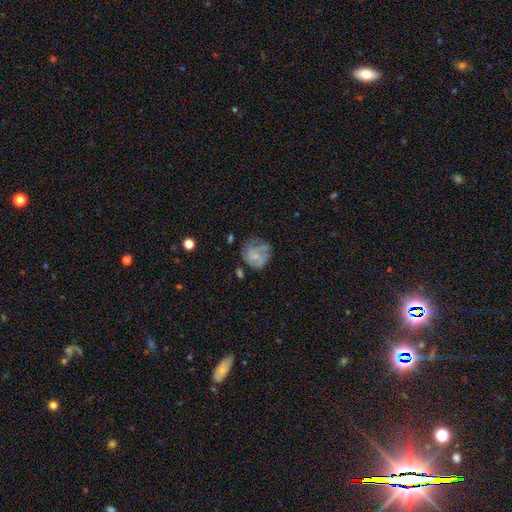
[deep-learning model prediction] A featured or disk galaxy (47%).

Vote fractions:
- Smooth or featured? featured or disk: 47% / smooth: 42% / star or artifact: 11%
- Merging? none: 44% / minor disturbance: 27% / major disturbance: 25% / merger: 4%